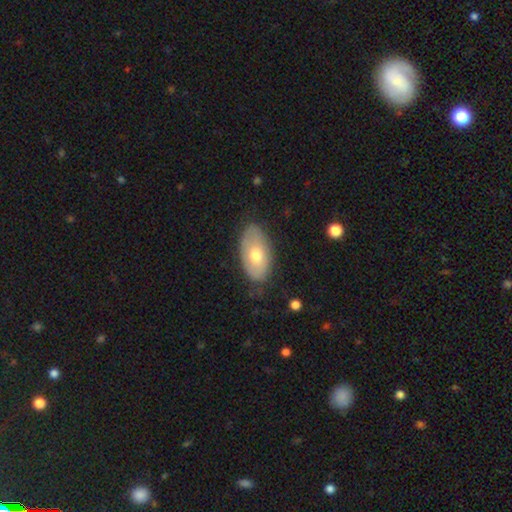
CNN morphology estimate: type=smooth (62%); roundness=in between (94%); merging=none (77%).